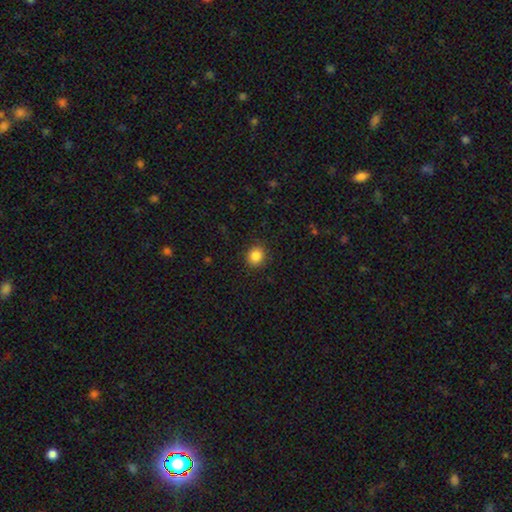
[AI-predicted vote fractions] Q: Smooth or featured?
A: smooth (86%); runner-up: star or artifact (10%)
Q: How rounded?
A: round (81%); runner-up: in between (18%)
Q: Merging?
A: none (89%); runner-up: minor disturbance (8%)